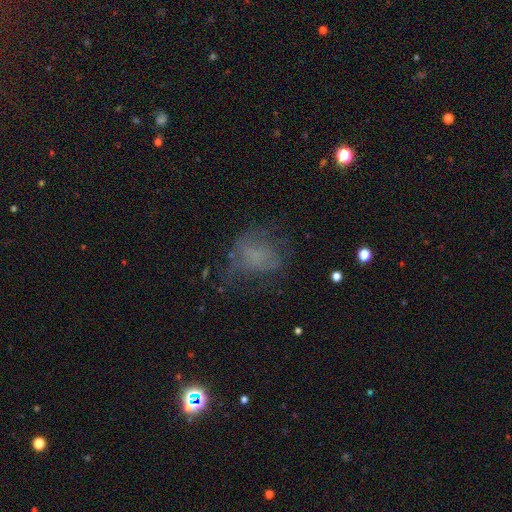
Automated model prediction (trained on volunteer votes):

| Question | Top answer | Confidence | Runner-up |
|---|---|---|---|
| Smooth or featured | smooth | 48% | featured or disk (32%) |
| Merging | none | 46% | major disturbance (29%) |